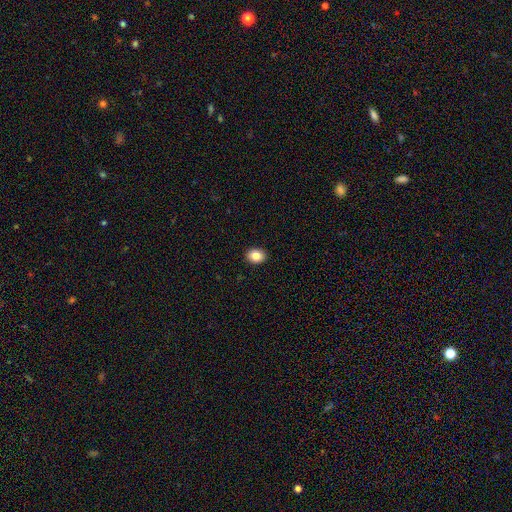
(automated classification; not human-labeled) A smooth galaxy with no disk features (85%) that is in between round and cigar-shaped (54%).

Vote fractions:
- Smooth or featured? smooth: 85% / star or artifact: 9% / featured or disk: 6%
- How rounded? in between: 54% / round: 45% / cigar-shaped: 1%
- Merging? none: 92% / minor disturbance: 6% / major disturbance: 2% / merger: 1%